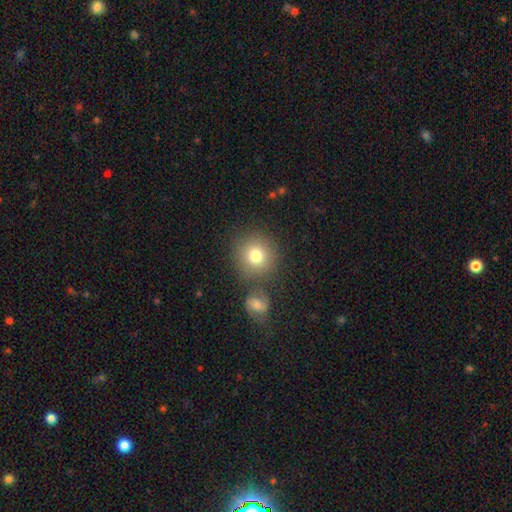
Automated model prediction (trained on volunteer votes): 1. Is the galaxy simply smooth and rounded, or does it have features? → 78% smooth, 11% featured or disk, 10% star or artifact.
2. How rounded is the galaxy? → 91% round, 8% in between, 1% cigar-shaped.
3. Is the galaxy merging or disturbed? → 72% none, 14% merger, 10% minor disturbance, 4% major disturbance.